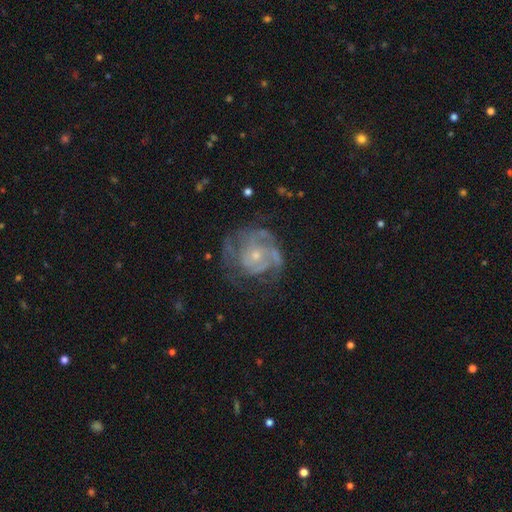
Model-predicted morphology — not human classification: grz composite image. It shows a featured or disk galaxy (80%) with no bar (79%), tight (53%) spiral arms (86%) and a small central bulge (69%). Merging: none (56%).